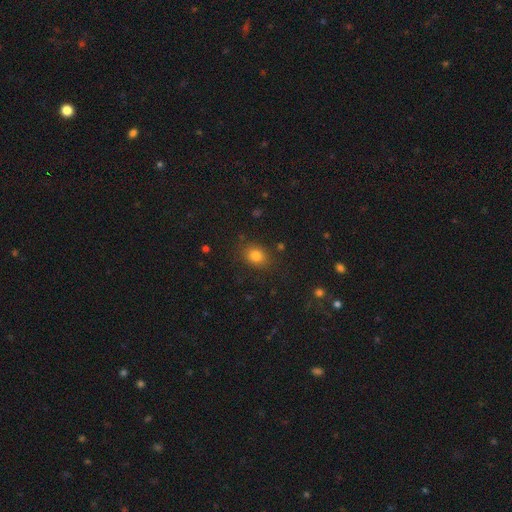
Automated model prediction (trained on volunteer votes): Smooth or featured?
  - smooth: 80% *
  - star or artifact: 13%
  - featured or disk: 7%
How rounded?
  - round: 51% *
  - in between: 48%
  - cigar-shaped: 1%
Merging?
  - none: 84% *
  - minor disturbance: 11%
  - major disturbance: 4%
  - merger: 2%